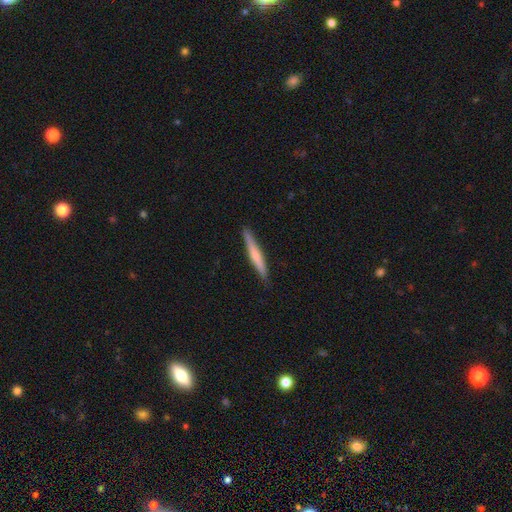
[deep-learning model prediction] smooth-or-featured: smooth: 53% | featured or disk: 42% | star or artifact: 5%
  how-rounded: cigar-shaped: 95% | in between: 4% | round: 1%
  merging: none: 89% | minor disturbance: 8% | major disturbance: 1% | merger: 1%